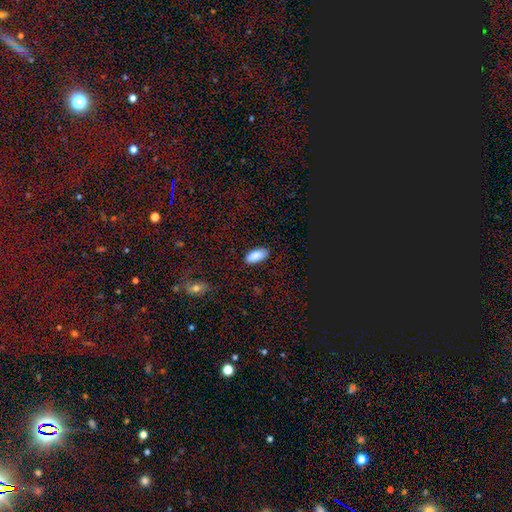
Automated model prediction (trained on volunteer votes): smooth-or-featured: smooth: 88% | star or artifact: 7% | featured or disk: 5%
  how-rounded: in between: 91% | cigar-shaped: 7% | round: 2%
  merging: none: 86% | minor disturbance: 10% | major disturbance: 3% | merger: 1%